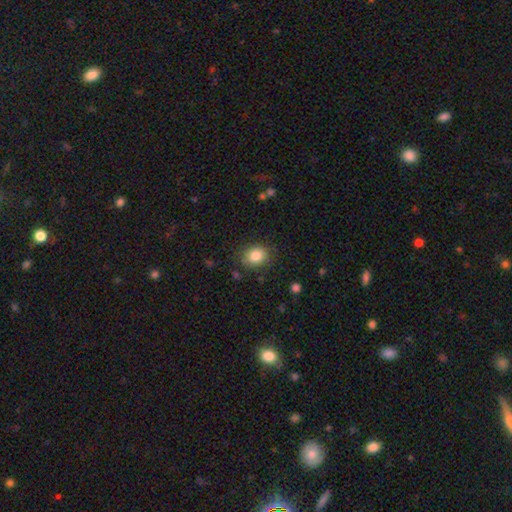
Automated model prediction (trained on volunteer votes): Smooth or featured? smooth (83%)
How rounded? round (51%)
Merging? none (83%)